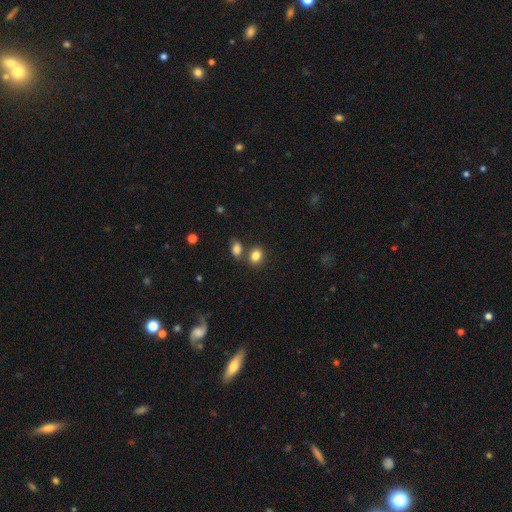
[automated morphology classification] smooth 84%, star or artifact 10%, featured or disk 6%. Down the decision tree: how rounded — in between (50%); merging — none (67%).